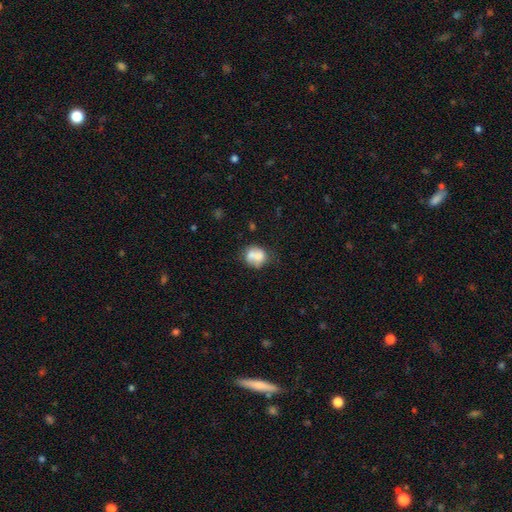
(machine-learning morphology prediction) smooth_or_featured: smooth (p=0.67) [alt: featured or disk p=0.24]
how_rounded: round (p=0.62) [alt: in between p=0.37]
merging: none (p=0.37) [alt: merger p=0.35]